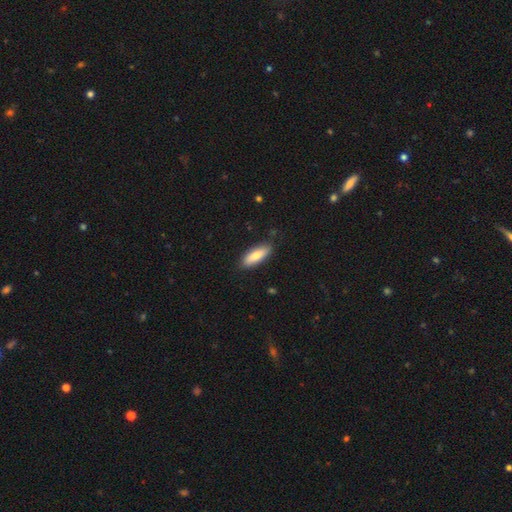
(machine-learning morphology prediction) smooth_or_featured: smooth (p=0.80) [alt: featured or disk p=0.14]
how_rounded: in between (p=0.67) [alt: cigar-shaped p=0.32]
merging: none (p=0.84) [alt: minor disturbance p=0.13]